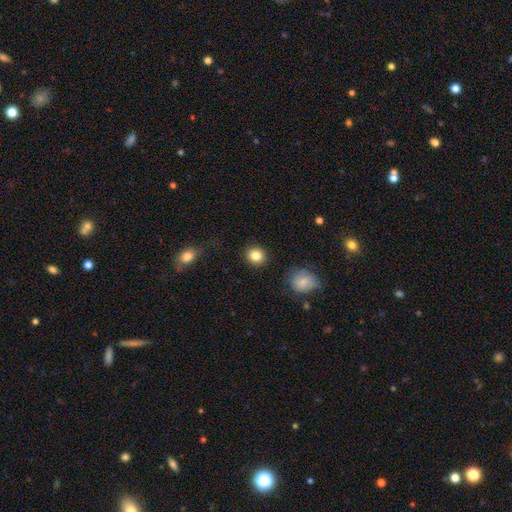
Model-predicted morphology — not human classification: Smooth or featured: smooth — 84% (star or artifact — 10%)
How rounded: round — 83% (in between — 16%)
Merging: none — 89% (minor disturbance — 7%)